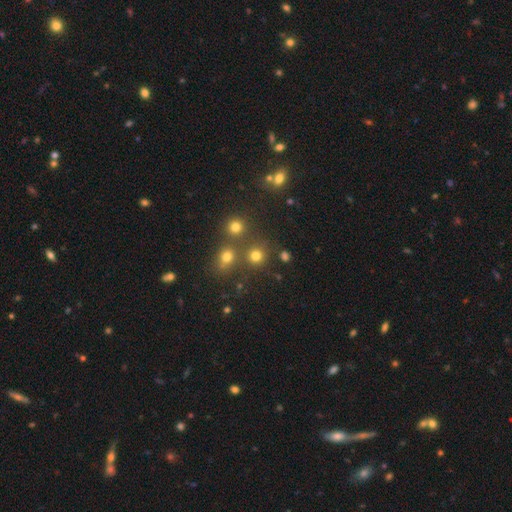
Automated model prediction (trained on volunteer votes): Morphology: type=smooth (75%); roundness=round (88%); merging=none (72%).